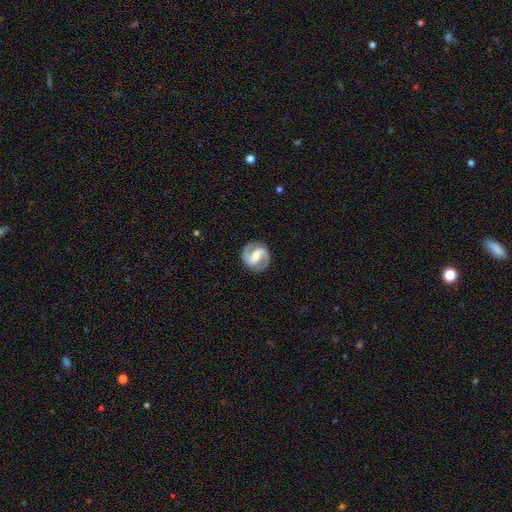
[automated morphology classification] featured or disk 89%, smooth 7%, star or artifact 4%. Down the decision tree: edge-on disk — no (98%); bar — strong (49%); spiral arms — yes (97%); spiral arm count — 2 (94%); spiral winding — medium (55%); bulge size — moderate (50%); merging — none (87%).